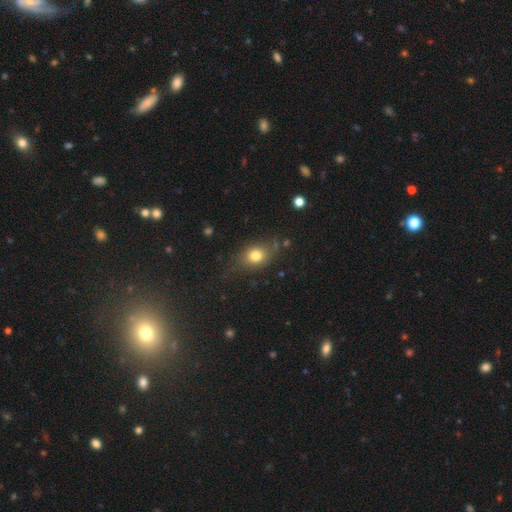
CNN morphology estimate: This appears to be a smooth galaxy with no disk features (76%) that is in between round and cigar-shaped (56%). Merging: none (68%).